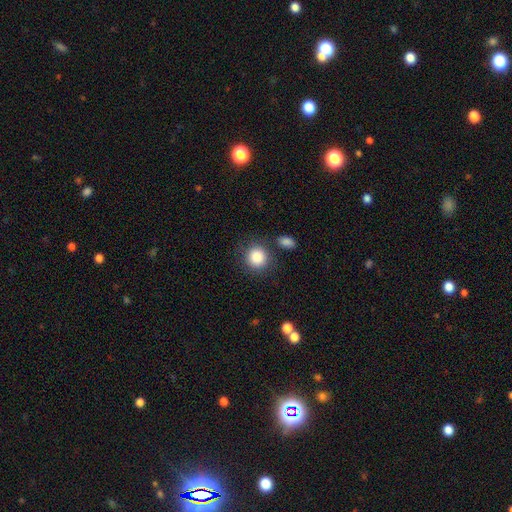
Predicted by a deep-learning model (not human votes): This appears to be a smooth galaxy with no disk features (87%) that is round (87%). Merging: none (79%).